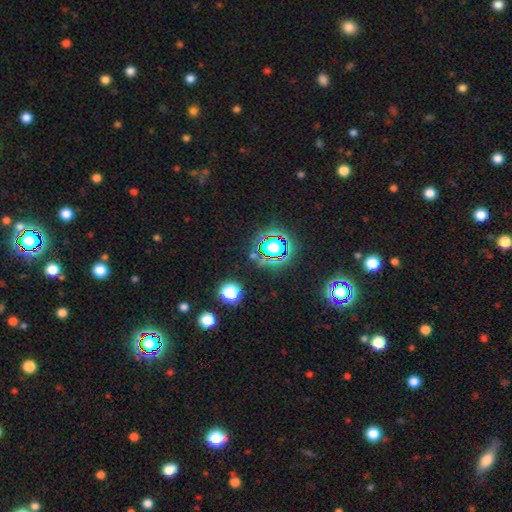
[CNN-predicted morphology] This is likely a star or artifact rather than a galaxy (72%).